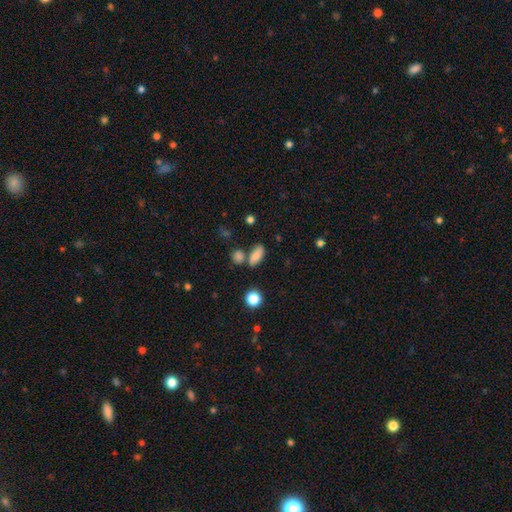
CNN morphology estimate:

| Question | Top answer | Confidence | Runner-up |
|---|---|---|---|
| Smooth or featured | smooth | 81% | star or artifact (11%) |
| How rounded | in between | 83% | cigar-shaped (9%) |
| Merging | none | 64% | merger (16%) |